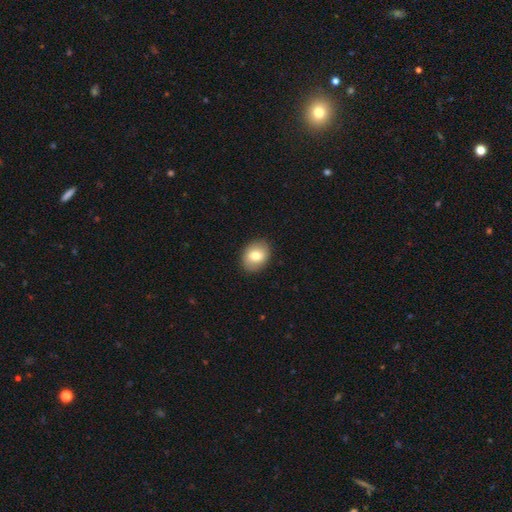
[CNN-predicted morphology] This appears to be a smooth galaxy with no disk features (76%) that is in between round and cigar-shaped (58%). Merging: none (89%).